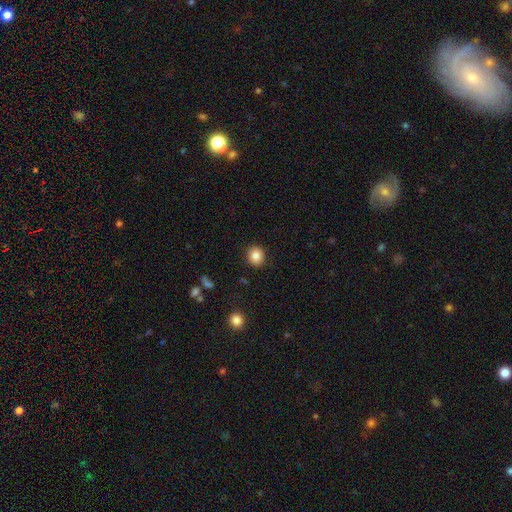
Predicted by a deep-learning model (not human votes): Q: Smooth or featured?
A: smooth (84%); runner-up: star or artifact (10%)
Q: How rounded?
A: round (85%); runner-up: in between (14%)
Q: Merging?
A: none (90%); runner-up: minor disturbance (6%)